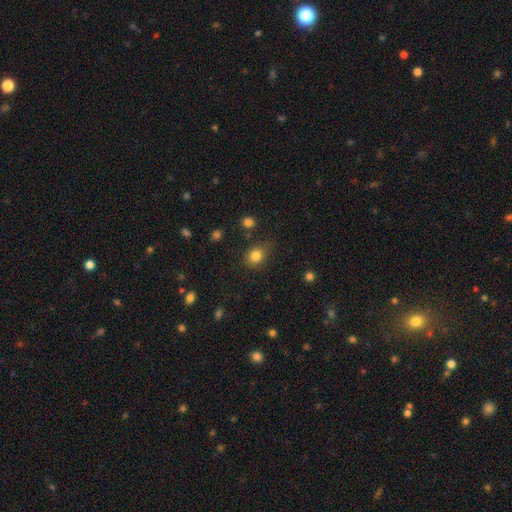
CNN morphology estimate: smooth-or-featured: smooth: 82% | star or artifact: 12% | featured or disk: 6%
  how-rounded: round: 60% | in between: 39% | cigar-shaped: 1%
  merging: none: 73% | minor disturbance: 19% | major disturbance: 5% | merger: 3%